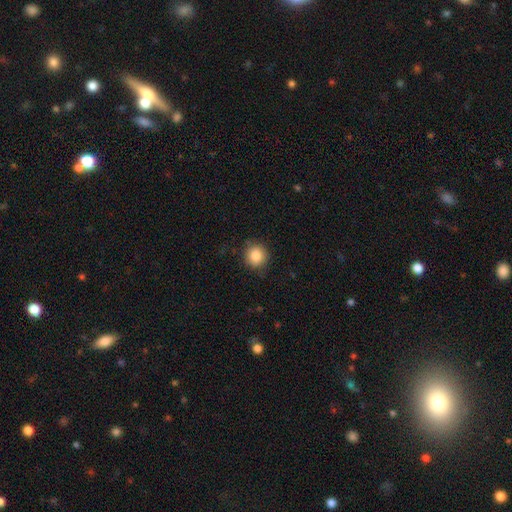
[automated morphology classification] A smooth galaxy with no disk features (86%) that is round (90%). Merging: none (86%).